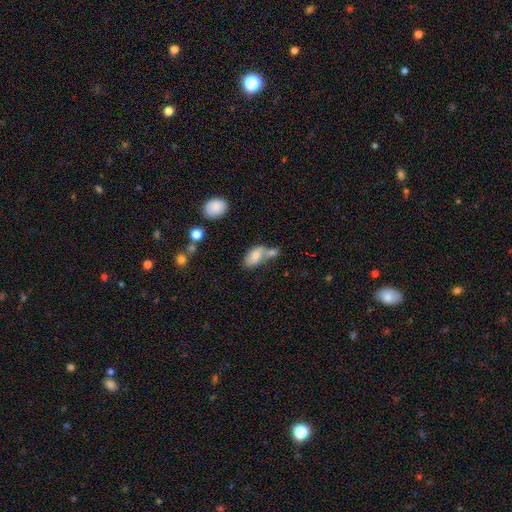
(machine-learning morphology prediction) This is likely a smooth galaxy (70%). How rounded: clearly in between (91%). Merging: possibly merger (48%).